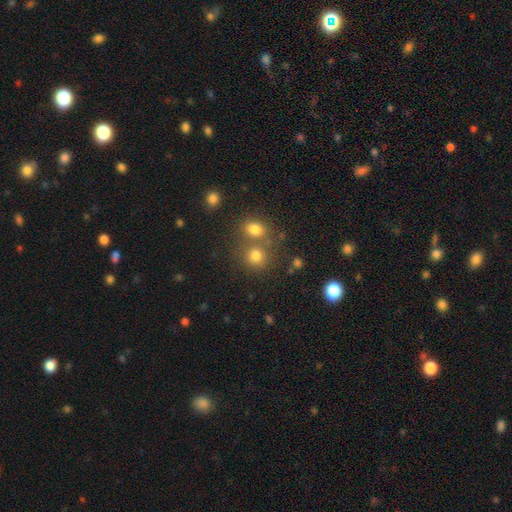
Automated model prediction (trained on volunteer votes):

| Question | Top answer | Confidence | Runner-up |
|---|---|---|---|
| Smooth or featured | smooth | 77% | star or artifact (14%) |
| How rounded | round | 78% | in between (21%) |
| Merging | none | 50% | merger (37%) |